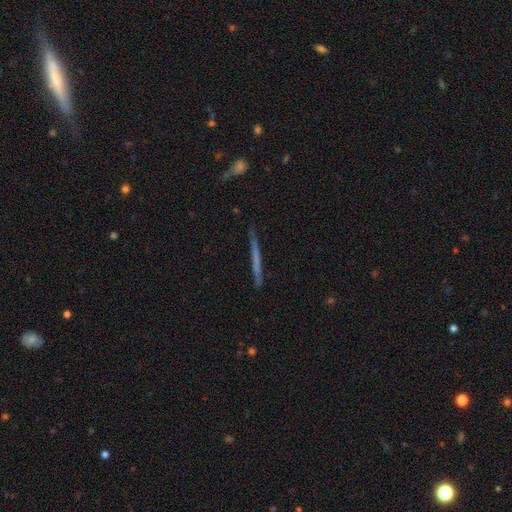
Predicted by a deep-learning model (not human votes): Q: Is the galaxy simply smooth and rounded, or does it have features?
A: featured or disk — 50%.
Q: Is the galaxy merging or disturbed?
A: none — 87%.